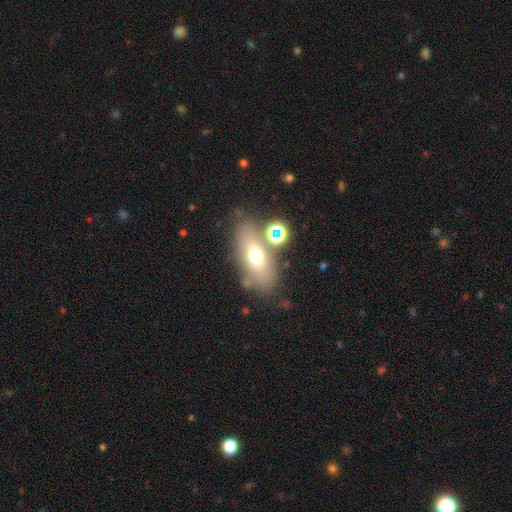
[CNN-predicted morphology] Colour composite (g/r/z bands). It shows a smooth galaxy with no disk features (60%) that is in between round and cigar-shaped (77%). Merging: none (67%).